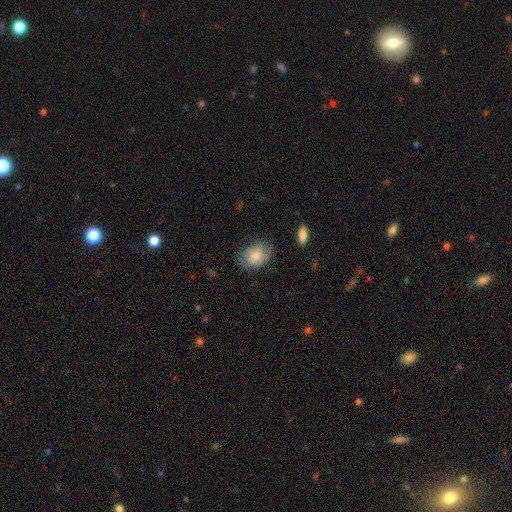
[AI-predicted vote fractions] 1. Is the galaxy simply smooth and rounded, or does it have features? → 78% smooth, 16% featured or disk, 7% star or artifact.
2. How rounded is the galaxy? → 74% in between, 25% round, 1% cigar-shaped.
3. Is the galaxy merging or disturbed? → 68% none, 24% minor disturbance, 7% major disturbance, 1% merger.